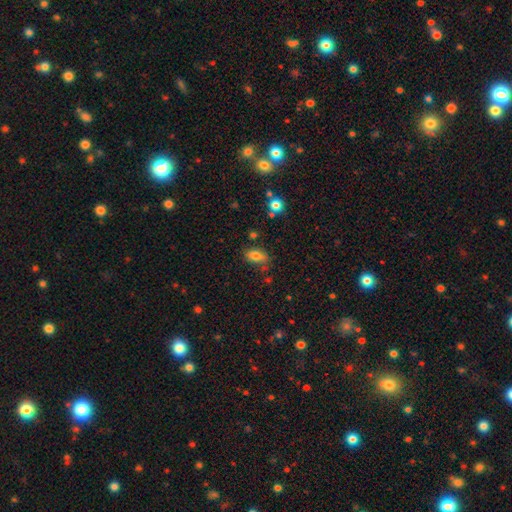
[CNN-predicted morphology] Smooth or featured? Predicted: smooth (p=0.78). How rounded? Predicted: in between (p=0.86). Merging? Predicted: none (p=0.64).